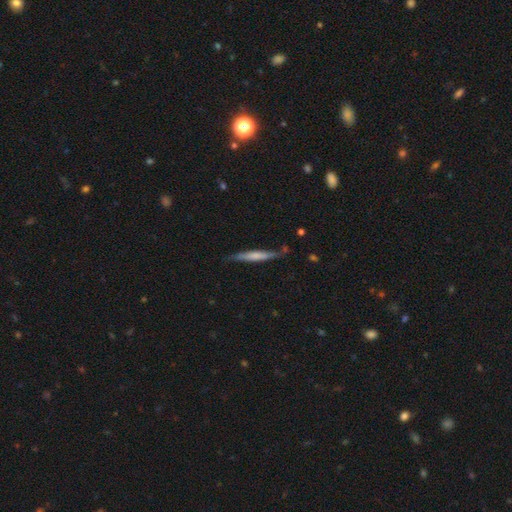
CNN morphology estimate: Smooth or featured: smooth — 56% (featured or disk — 39%)
How rounded: cigar-shaped — 94% (in between — 5%)
Merging: none — 78% (minor disturbance — 17%)